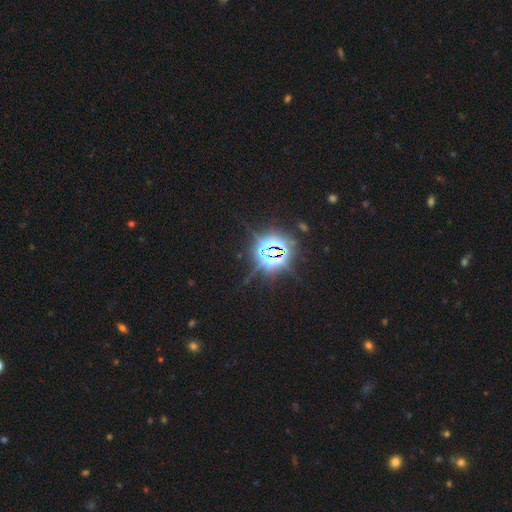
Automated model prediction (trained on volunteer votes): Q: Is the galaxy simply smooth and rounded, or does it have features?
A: star or artifact — 85%.